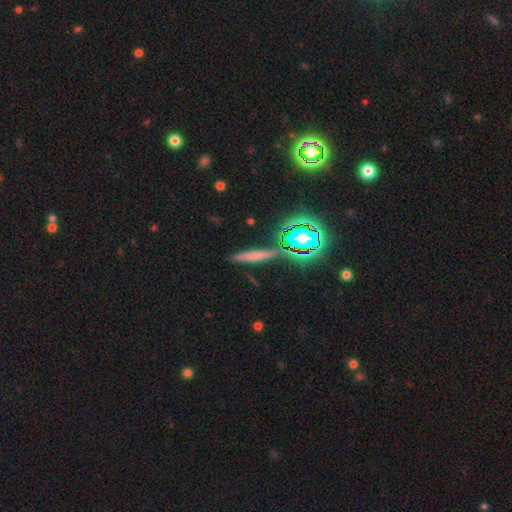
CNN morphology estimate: Smooth or featured? Predicted: smooth (p=0.49). Merging? Predicted: none (p=0.81).